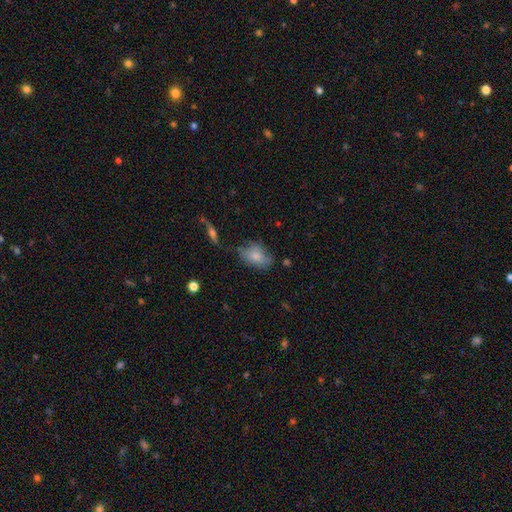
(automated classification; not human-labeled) Smooth or featured? Predicted: smooth (p=0.77). How rounded? Predicted: in between (p=0.84). Merging? Predicted: none (p=0.56).